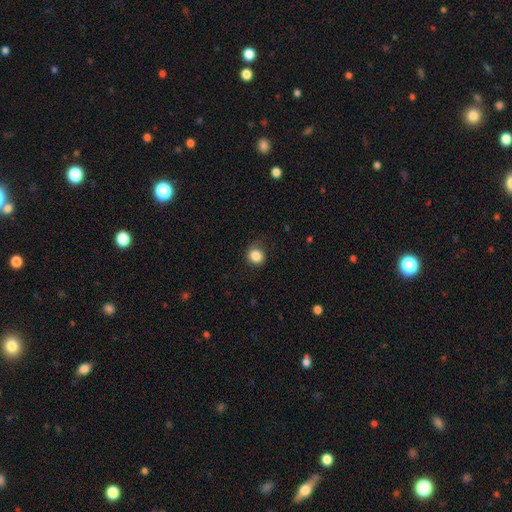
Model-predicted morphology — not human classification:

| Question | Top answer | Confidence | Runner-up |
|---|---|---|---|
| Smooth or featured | smooth | 85% | star or artifact (10%) |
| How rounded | round | 85% | in between (14%) |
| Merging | none | 77% | minor disturbance (17%) |